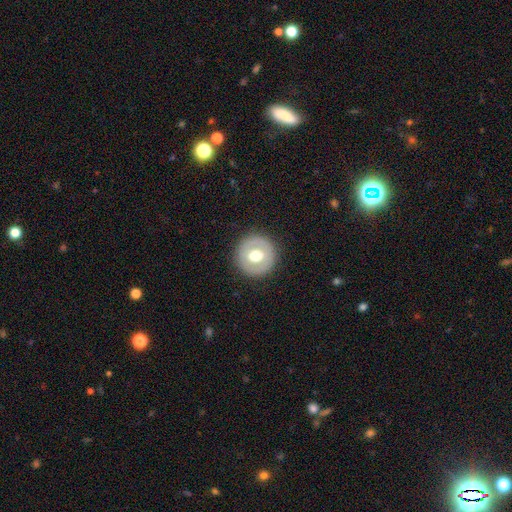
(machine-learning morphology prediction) smooth-or-featured: smooth: 54% | featured or disk: 39% | star or artifact: 7%
  how-rounded: round: 95% | in between: 4% | cigar-shaped: 1%
  merging: none: 89% | minor disturbance: 7% | major disturbance: 3% | merger: 1%